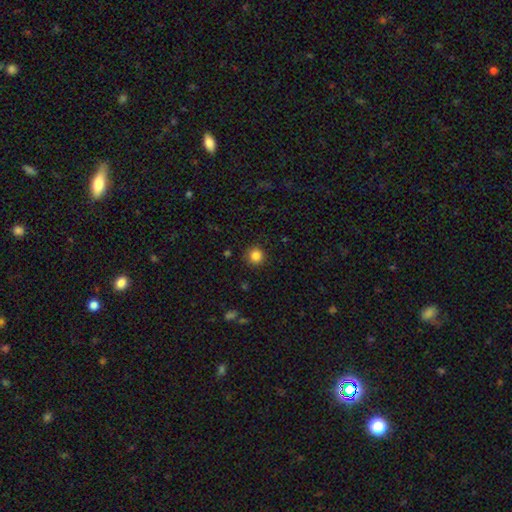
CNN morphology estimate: Smooth or featured?
  - smooth: 85% *
  - star or artifact: 11%
  - featured or disk: 4%
How rounded?
  - round: 94% *
  - in between: 5%
  - cigar-shaped: 1%
Merging?
  - none: 90% *
  - minor disturbance: 6%
  - major disturbance: 2%
  - merger: 1%